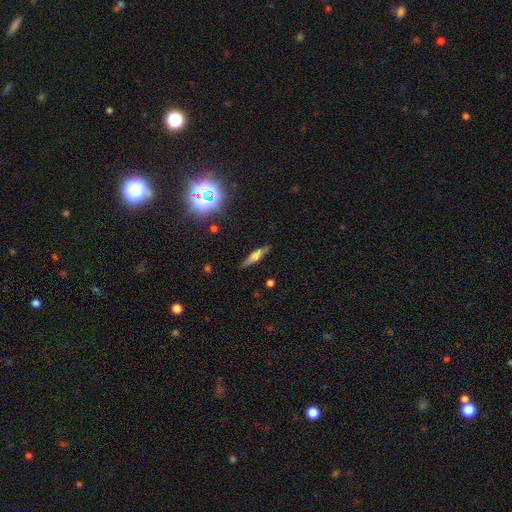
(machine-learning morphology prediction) Smooth or featured: smooth — 45% (featured or disk — 44%)
Merging: none — 86% (minor disturbance — 10%)